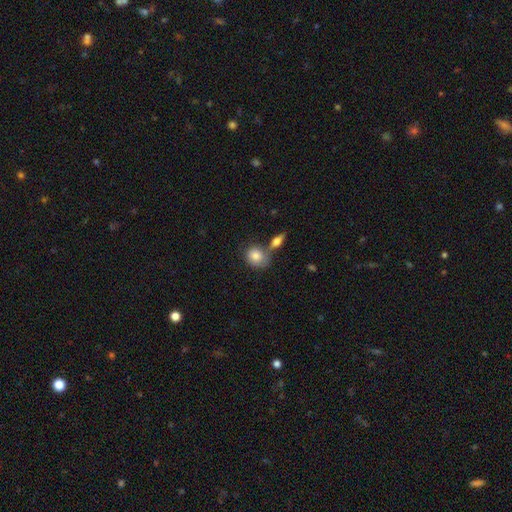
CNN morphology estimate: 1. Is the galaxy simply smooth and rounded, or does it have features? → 79% smooth, 14% featured or disk, 7% star or artifact.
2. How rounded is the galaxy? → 61% round, 37% in between, 2% cigar-shaped.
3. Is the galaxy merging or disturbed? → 47% none, 33% merger, 15% minor disturbance, 5% major disturbance.